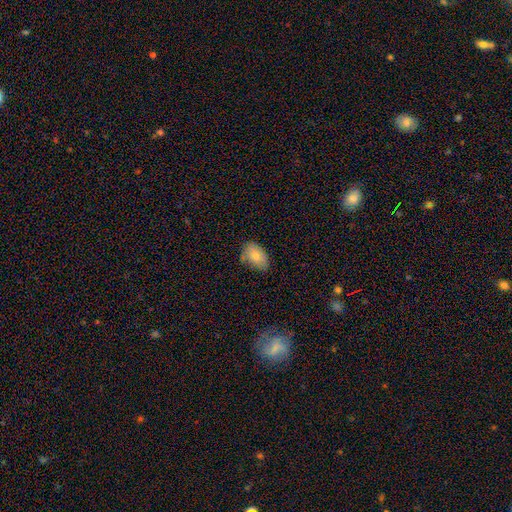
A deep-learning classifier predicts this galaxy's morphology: Q: Smooth or featured?
A: smooth (79%); runner-up: featured or disk (14%)
Q: How rounded?
A: in between (90%); runner-up: round (9%)
Q: Merging?
A: none (67%); runner-up: minor disturbance (27%)